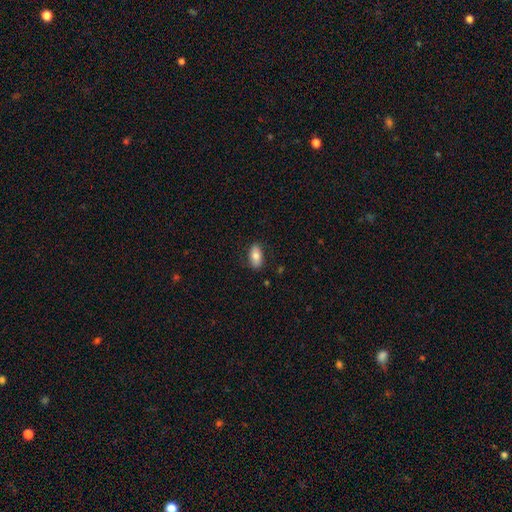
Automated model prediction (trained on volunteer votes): This is likely a smooth galaxy (80%). How rounded: clearly in between (91%). Merging: clearly none (84%).